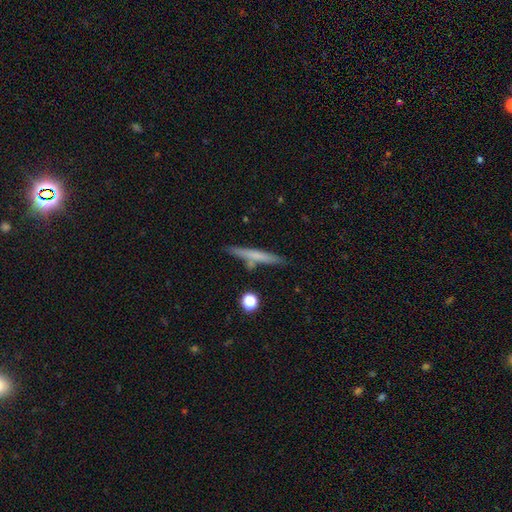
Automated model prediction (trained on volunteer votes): Smooth or featured? smooth (59%)
How rounded? cigar-shaped (94%)
Merging? none (79%)